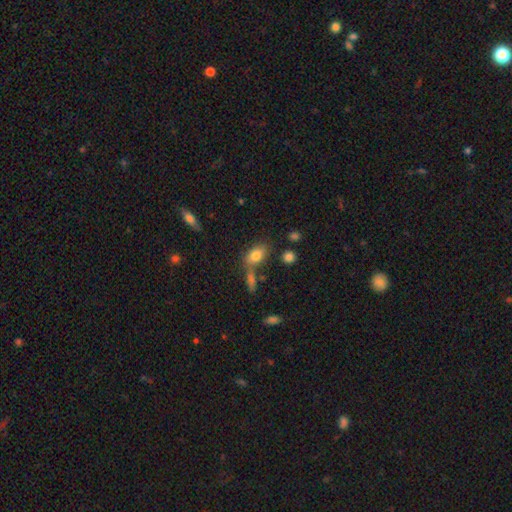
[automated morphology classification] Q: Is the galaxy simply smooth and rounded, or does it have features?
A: smooth — 79%.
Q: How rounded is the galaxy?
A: in between — 85%.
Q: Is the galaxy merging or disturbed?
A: none — 58%.